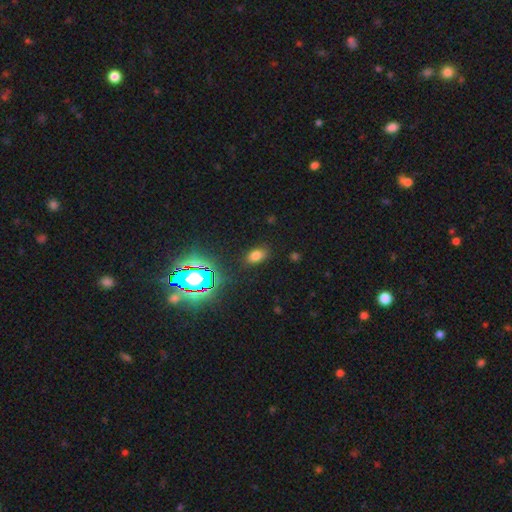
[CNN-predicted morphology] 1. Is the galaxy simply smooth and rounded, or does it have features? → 70% smooth, 23% star or artifact, 8% featured or disk.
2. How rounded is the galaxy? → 86% in between, 12% round, 2% cigar-shaped.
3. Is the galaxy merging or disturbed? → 84% none, 11% minor disturbance, 3% major disturbance, 2% merger.